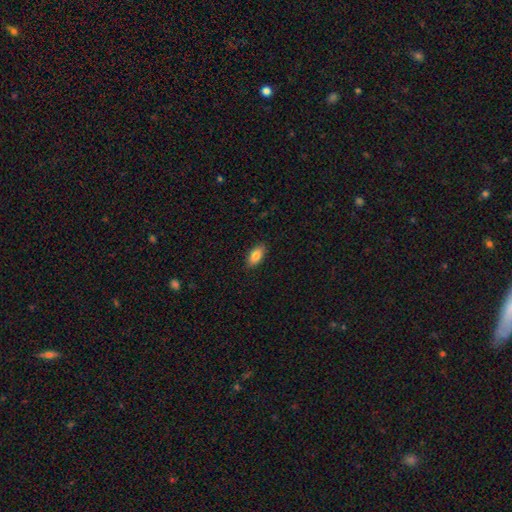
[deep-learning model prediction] smooth 83%, featured or disk 10%, star or artifact 7%. Down the decision tree: how rounded — in between (91%); merging — none (88%).